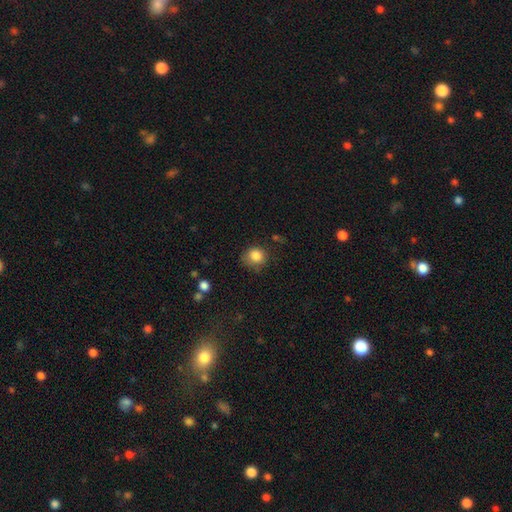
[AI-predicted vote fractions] Smooth or featured? smooth (84%)
How rounded? round (80%)
Merging? none (67%)